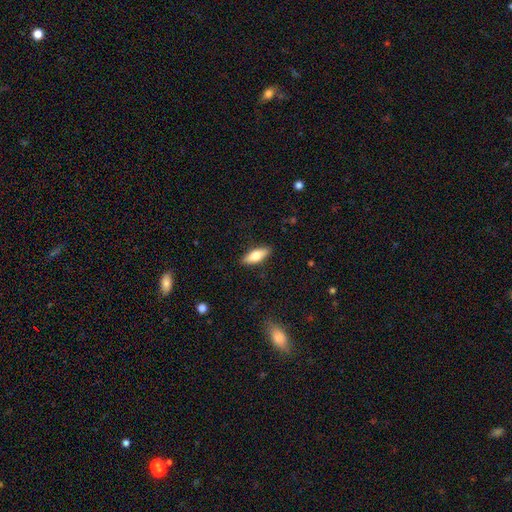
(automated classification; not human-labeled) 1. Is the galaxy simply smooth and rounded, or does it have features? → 68% smooth, 26% featured or disk, 6% star or artifact.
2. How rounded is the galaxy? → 67% in between, 30% cigar-shaped, 3% round.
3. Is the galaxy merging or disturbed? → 88% none, 9% minor disturbance, 2% major disturbance, 1% merger.